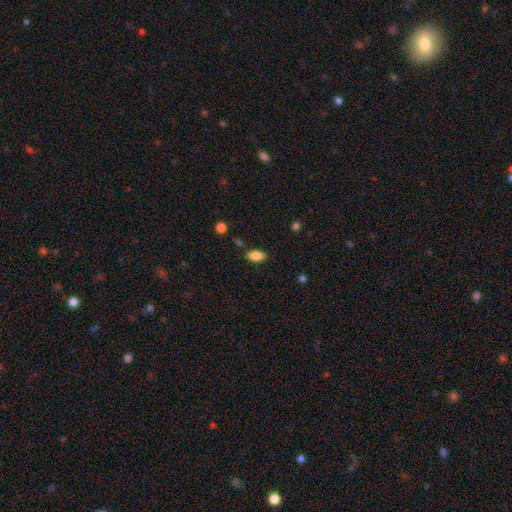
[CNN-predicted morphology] smooth_or_featured: smooth (p=0.86) [alt: star or artifact p=0.08]
how_rounded: in between (p=0.91) [alt: cigar-shaped p=0.05]
merging: none (p=0.82) [alt: minor disturbance p=0.12]